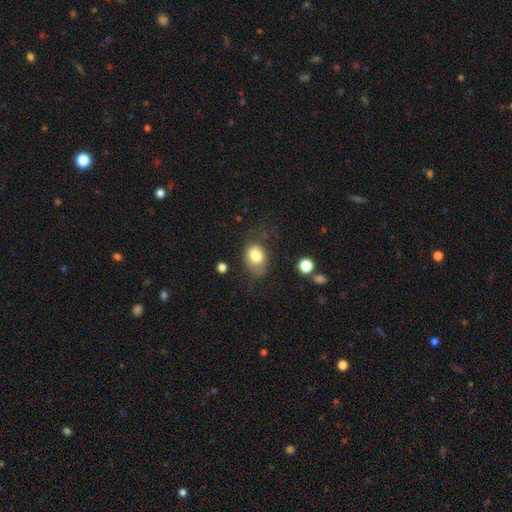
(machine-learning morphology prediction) smooth 79%, featured or disk 13%, star or artifact 9%. Down the decision tree: how rounded — in between (72%); merging — none (54%).